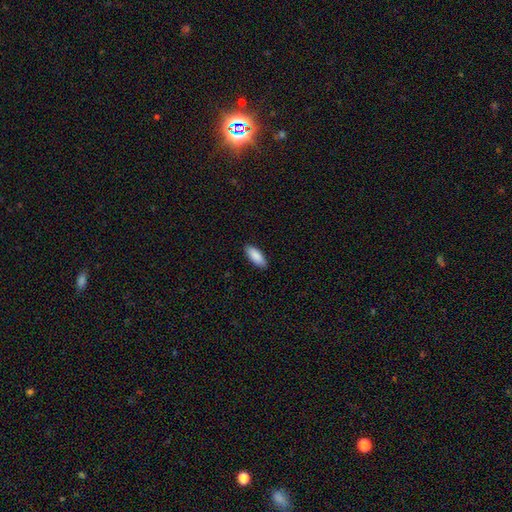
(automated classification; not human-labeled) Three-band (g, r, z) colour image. It shows a smooth galaxy with no disk features (89%) that is in between round and cigar-shaped (75%). Merging: none (89%).